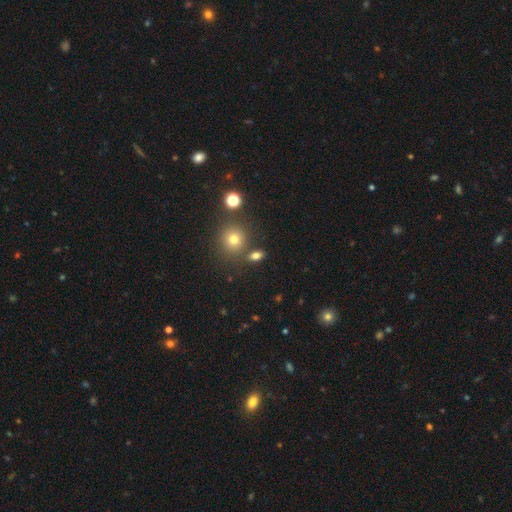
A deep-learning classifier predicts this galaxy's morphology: The model was most divided on "how rounded": in between: 65%, round: 31%, cigar-shaped: 4%. More confident: merging — none (76%); smooth or featured — smooth (74%).